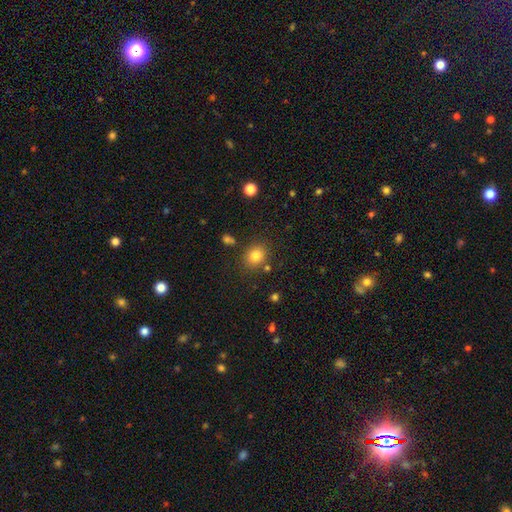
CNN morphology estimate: smooth-or-featured: smooth: 81% | star or artifact: 12% | featured or disk: 7%
  how-rounded: round: 69% | in between: 30% | cigar-shaped: 1%
  merging: none: 80% | minor disturbance: 10% | merger: 6% | major disturbance: 4%